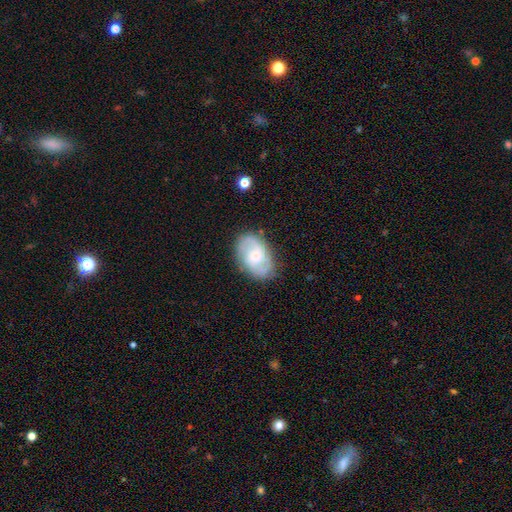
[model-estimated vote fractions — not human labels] A featured or disk galaxy (74%) with no bar (57%), 2 (76%) medium (50%) spiral arms (93%) and a small central bulge (54%).

Vote fractions:
- Smooth or featured? featured or disk: 74% / smooth: 20% / star or artifact: 6%
- Edge-on disk? no: 97% / yes: 3%
- Bar? no: 57% / weak: 38% / strong: 6%
- Spiral arms? yes: 93% / no: 7%
- Spiral winding? medium: 50% / tight: 32% / loose: 18%
- Spiral arm count? 2: 76% / can't tell: 11% / 3: 6% / 1: 2% / 4: 2% / more than 4: 2%
- Bulge size? small: 54% / moderate: 36% / large: 5% / none: 4% / dominant: 1%
- Merging? none: 78% / minor disturbance: 15% / major disturbance: 5% / merger: 1%